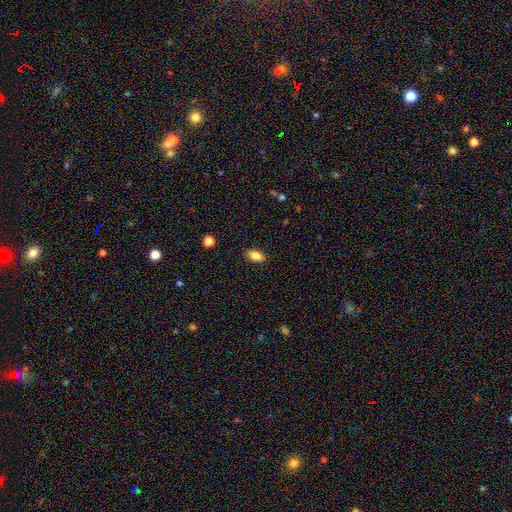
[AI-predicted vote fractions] smooth 83%, star or artifact 8%, featured or disk 8%. Down the decision tree: how rounded — in between (89%); merging — none (88%).